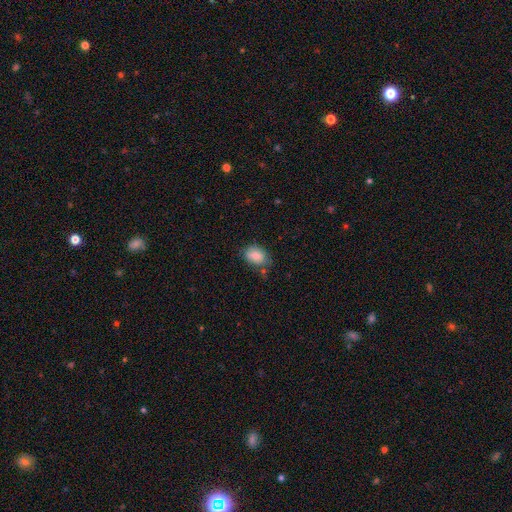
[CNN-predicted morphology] smooth_or_featured: smooth (p=0.82) [alt: featured or disk p=0.10]
how_rounded: in between (p=0.76) [alt: round p=0.23]
merging: none (p=0.64) [alt: minor disturbance p=0.25]